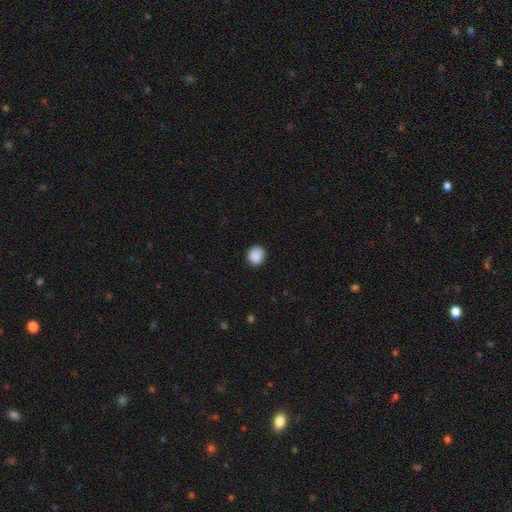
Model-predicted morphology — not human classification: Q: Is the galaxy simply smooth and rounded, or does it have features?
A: smooth — 90%.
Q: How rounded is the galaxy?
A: round — 71%.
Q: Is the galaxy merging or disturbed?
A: none — 89%.